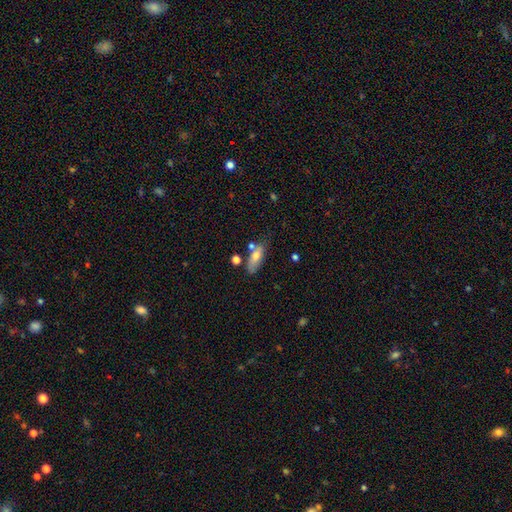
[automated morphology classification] Smooth or featured? smooth (69%)
How rounded? in between (77%)
Merging? none (56%)